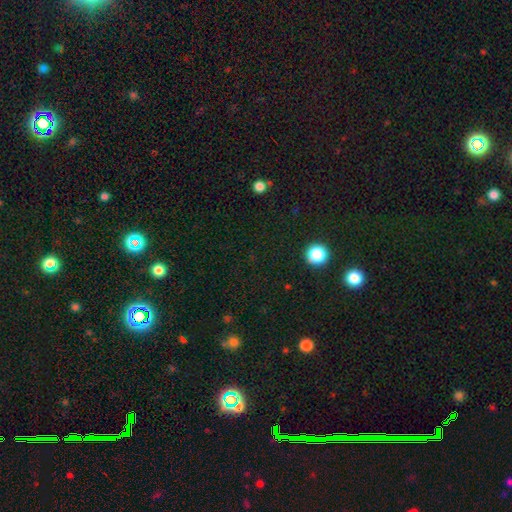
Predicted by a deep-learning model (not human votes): A star or artifact, not a galaxy (66%).